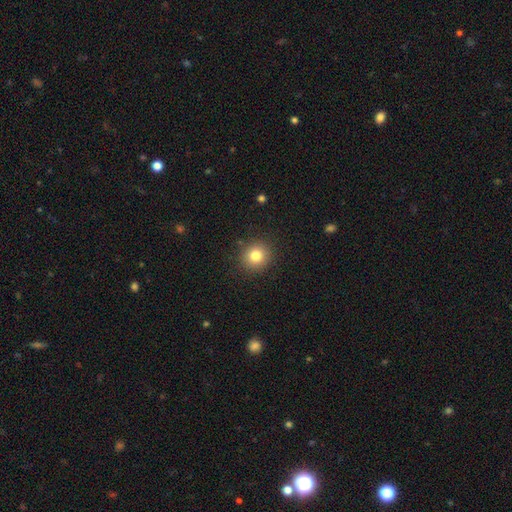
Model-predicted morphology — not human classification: smooth 81%, star or artifact 11%, featured or disk 7%. Down the decision tree: how rounded — round (87%); merging — none (89%).